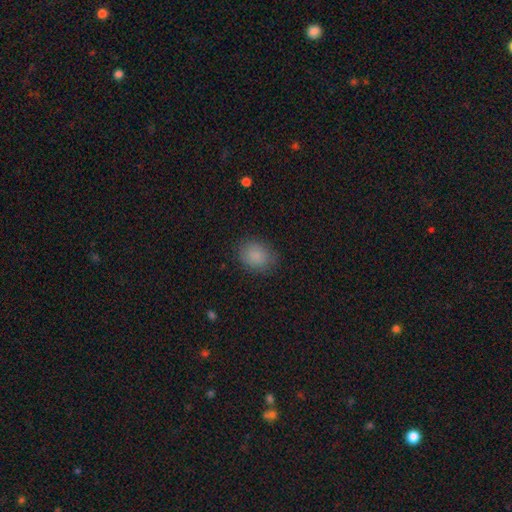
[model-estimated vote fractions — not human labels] A smooth galaxy with no disk features (86%) that is round (55%). Merging: none (84%).